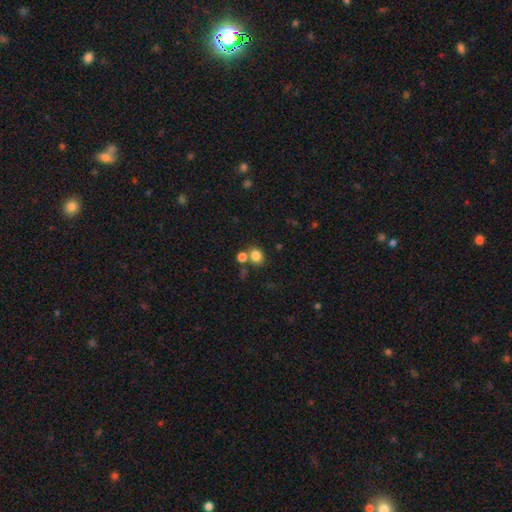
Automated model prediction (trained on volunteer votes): Smooth or featured?
  - smooth: 82% *
  - star or artifact: 12%
  - featured or disk: 6%
How rounded?
  - round: 69% *
  - in between: 30%
  - cigar-shaped: 1%
Merging?
  - none: 62% *
  - merger: 26%
  - minor disturbance: 9%
  - major disturbance: 4%